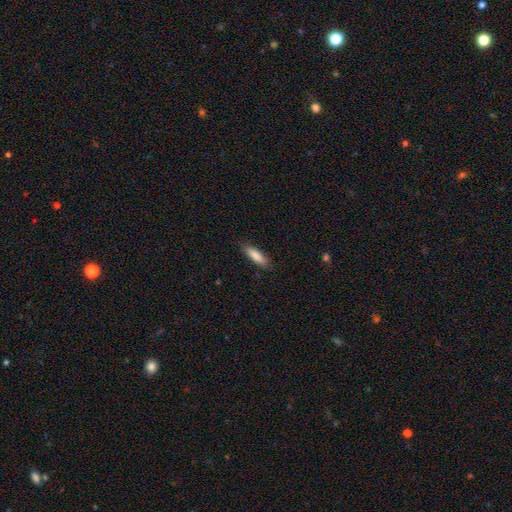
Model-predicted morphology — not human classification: A smooth galaxy with no disk features (84%) that is cigar-shaped (55%).

Vote fractions:
- Smooth or featured? smooth: 84% / featured or disk: 10% / star or artifact: 6%
- How rounded? cigar-shaped: 55% / in between: 44% / round: 1%
- Merging? none: 85% / minor disturbance: 12% / major disturbance: 2% / merger: 1%